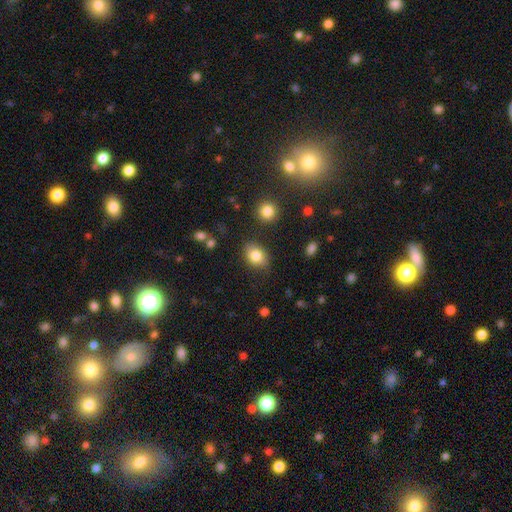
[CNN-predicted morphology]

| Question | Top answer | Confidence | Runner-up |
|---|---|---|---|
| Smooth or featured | smooth | 81% | featured or disk (10%) |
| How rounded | in between | 71% | round (28%) |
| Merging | none | 82% | minor disturbance (12%) |